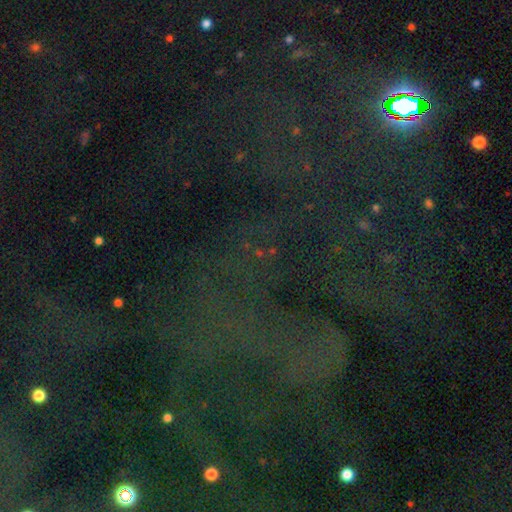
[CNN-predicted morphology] Smooth or featured? star or artifact (75%)